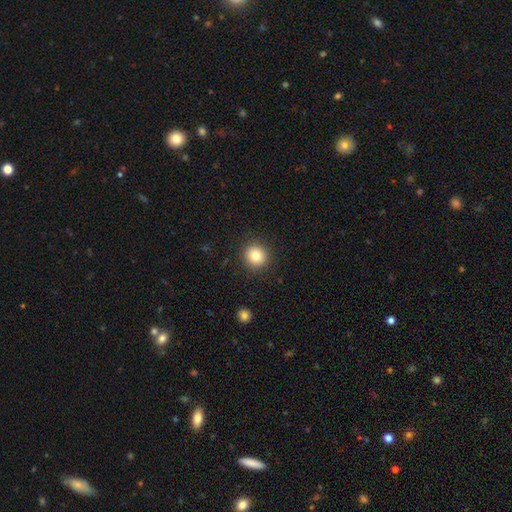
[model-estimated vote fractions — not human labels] Smooth or featured?
  - smooth: 82% *
  - star or artifact: 11%
  - featured or disk: 7%
How rounded?
  - round: 91% *
  - in between: 8%
  - cigar-shaped: 1%
Merging?
  - none: 91% *
  - minor disturbance: 6%
  - major disturbance: 2%
  - merger: 1%